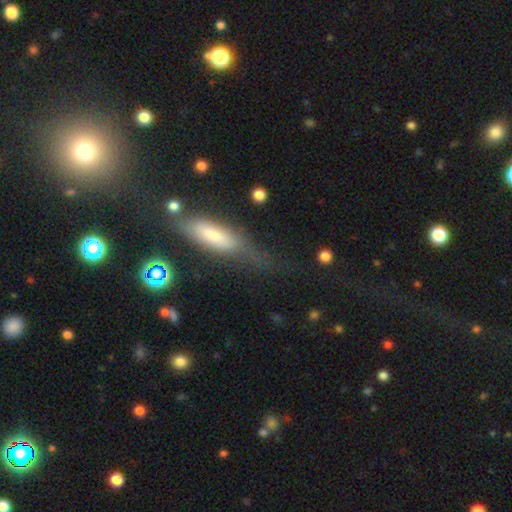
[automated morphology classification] The model was most divided on "smooth or featured" (2-way tie): smooth: 42%, featured or disk: 42%, star or artifact: 16%. More confident: merging — none (56%).